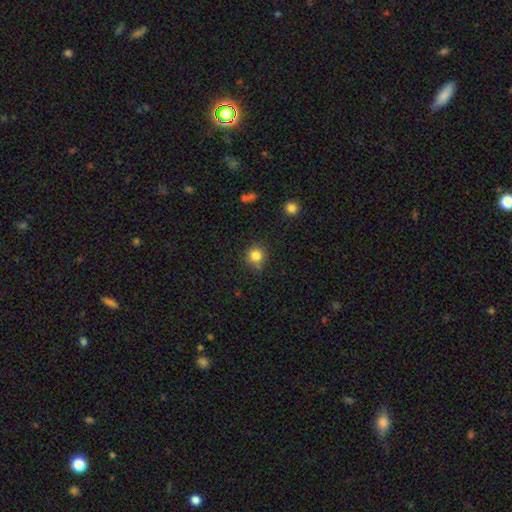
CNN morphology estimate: Smooth or featured? Predicted: smooth (p=0.83). How rounded? Predicted: round (p=0.93). Merging? Predicted: none (p=0.81).